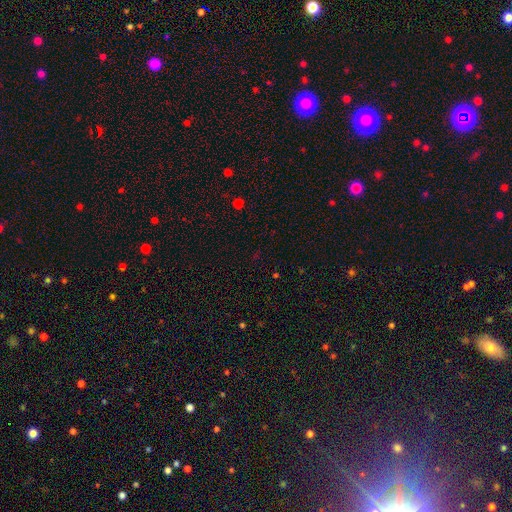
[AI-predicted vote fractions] Smooth or featured? Predicted: star or artifact (p=0.63).